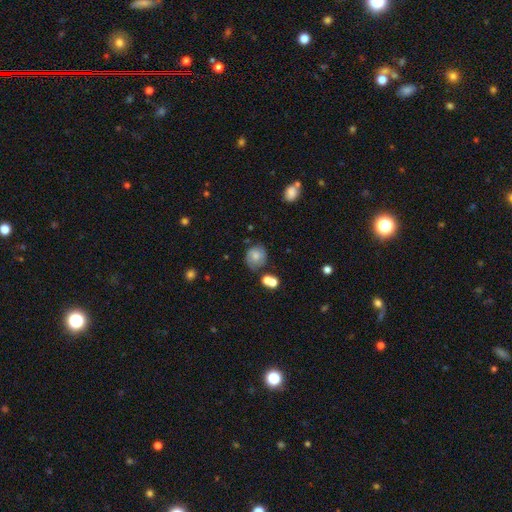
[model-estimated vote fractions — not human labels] Morphology: type=smooth (51%); roundness=round (74%); merging=none (63%).